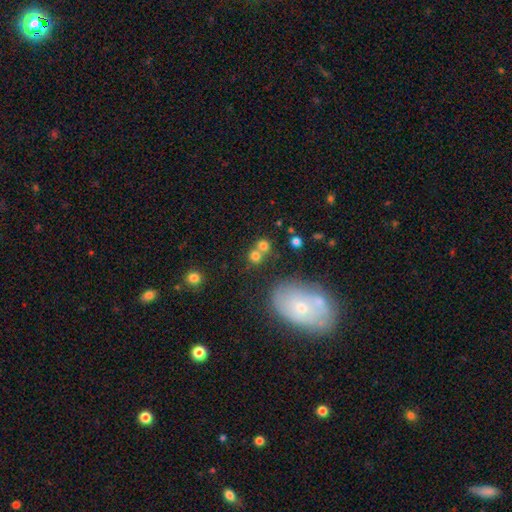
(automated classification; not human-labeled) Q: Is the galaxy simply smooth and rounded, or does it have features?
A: smooth — 73%.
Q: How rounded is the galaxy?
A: round — 81%.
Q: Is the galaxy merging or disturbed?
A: merger — 45%.